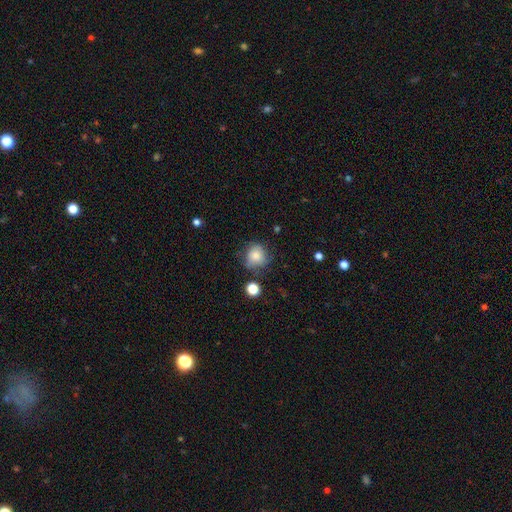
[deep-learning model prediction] Q: Smooth or featured?
A: smooth (79%); runner-up: featured or disk (12%)
Q: How rounded?
A: round (83%); runner-up: in between (17%)
Q: Merging?
A: none (65%); runner-up: minor disturbance (23%)